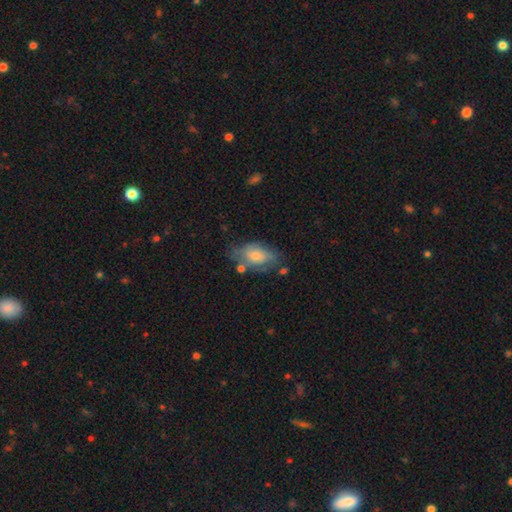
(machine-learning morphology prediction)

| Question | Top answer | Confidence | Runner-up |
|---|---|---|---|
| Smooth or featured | smooth | 59% | featured or disk (34%) |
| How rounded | in between | 89% | round (8%) |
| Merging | none | 51% | minor disturbance (29%) |